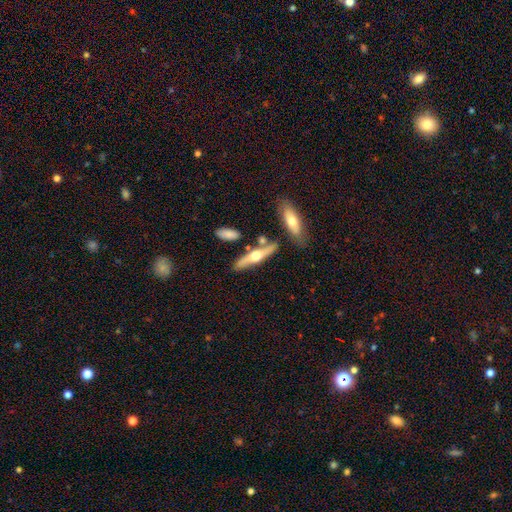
This is possibly a featured or disk galaxy (58%). It is clearly viewed edge-on (91%). Edge-on bulge: clearly rounded (95%). Merging: clearly none (82%).